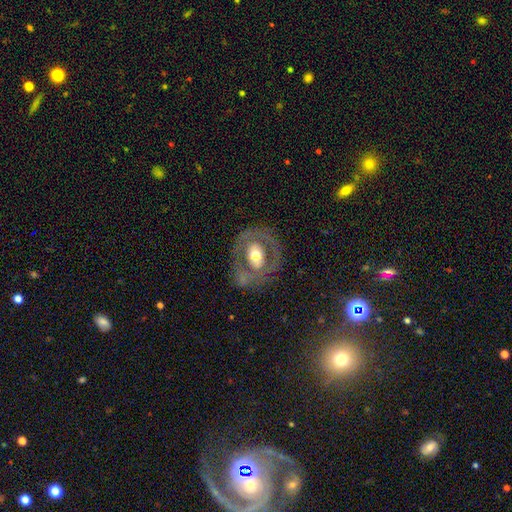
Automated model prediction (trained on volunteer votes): Smooth or featured? featured or disk (58%)
Edge-on disk? no (93%)
Bar? no (64%)
Spiral arms? no (79%)
Bulge size? moderate (66%)
Merging? none (65%)